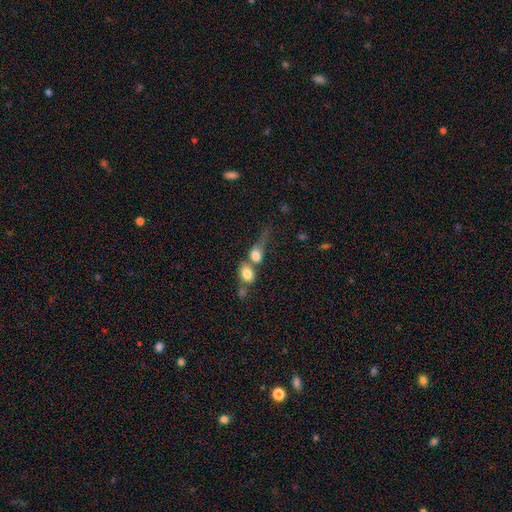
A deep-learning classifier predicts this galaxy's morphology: Smooth or featured? smooth (76%)
How rounded? in between (59%)
Merging? merger (59%)